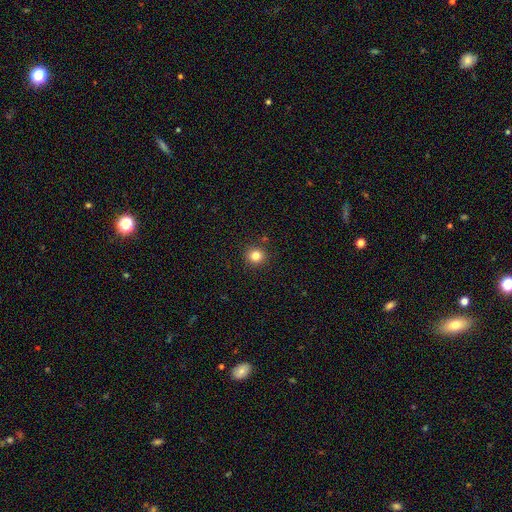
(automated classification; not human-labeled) The model was most divided on "smooth or featured": smooth: 82%, star or artifact: 13%, featured or disk: 6%. More confident: how rounded — round (91%); merging — none (90%).